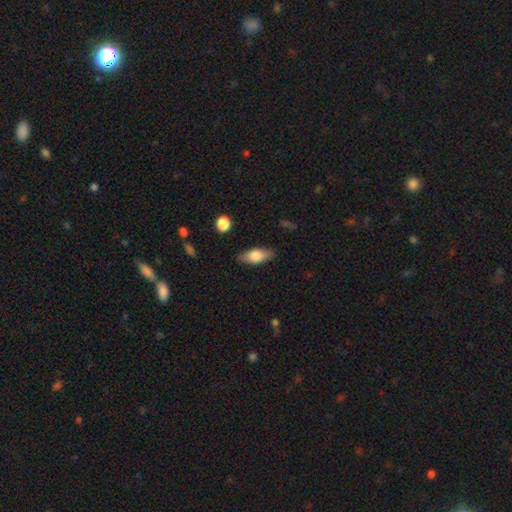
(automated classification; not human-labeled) This appears to be a smooth galaxy with no disk features (67%) that is in between round and cigar-shaped (79%). Merging: none (83%).